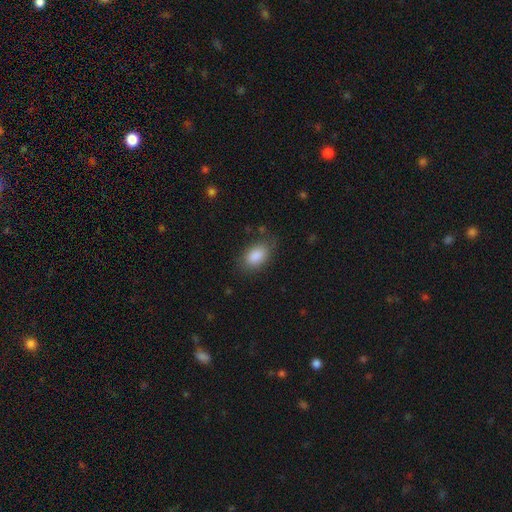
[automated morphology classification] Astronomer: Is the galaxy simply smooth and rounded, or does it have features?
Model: smooth — 87%.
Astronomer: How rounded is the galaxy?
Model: in between — 90%.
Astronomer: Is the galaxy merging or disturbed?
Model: none — 76%.